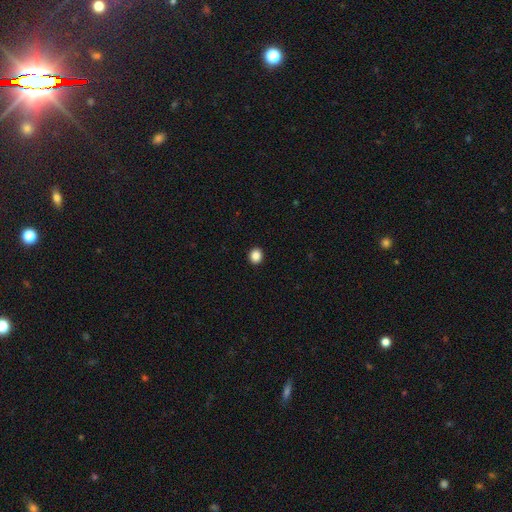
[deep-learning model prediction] Smooth or featured? Predicted: smooth (p=0.87). How rounded? Predicted: round (p=0.82). Merging? Predicted: none (p=0.93).